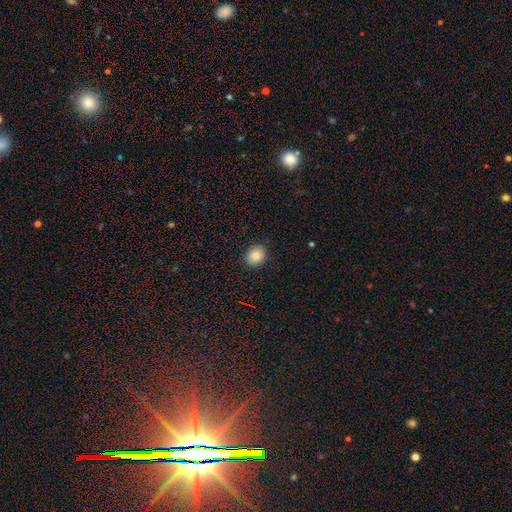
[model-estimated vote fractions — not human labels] This is clearly a smooth galaxy (83%). How rounded: likely round (68%). Merging: clearly none (89%).